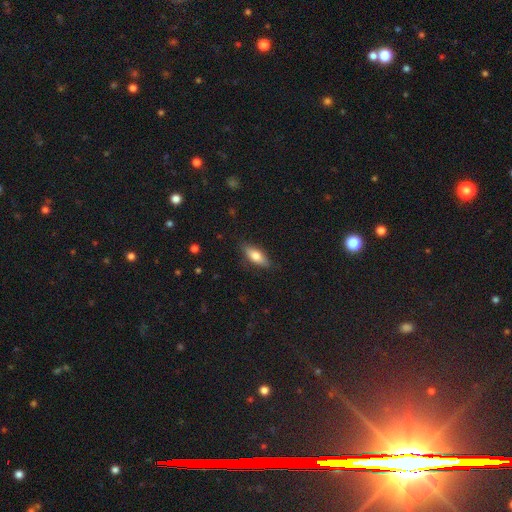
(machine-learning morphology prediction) Smooth or featured? smooth (72%)
How rounded? in between (72%)
Merging? none (84%)